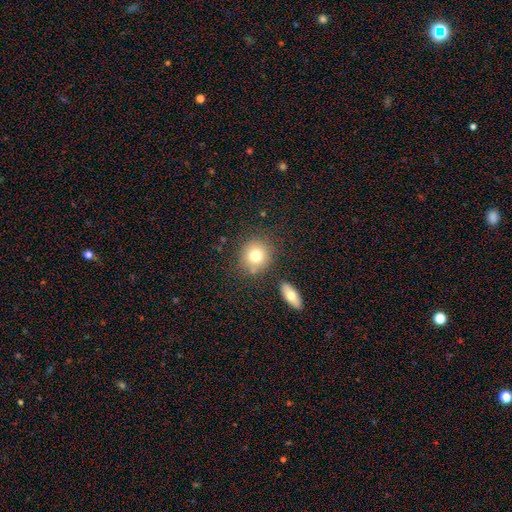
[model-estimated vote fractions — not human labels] Smooth or featured? smooth (76%)
How rounded? round (84%)
Merging? none (76%)